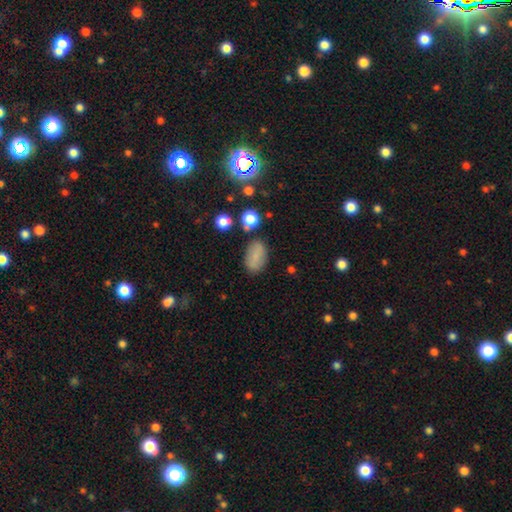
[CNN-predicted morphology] smooth-or-featured: smooth: 78% | featured or disk: 12% | star or artifact: 11%
  how-rounded: in between: 89% | round: 8% | cigar-shaped: 3%
  merging: none: 78% | minor disturbance: 14% | merger: 5% | major disturbance: 4%